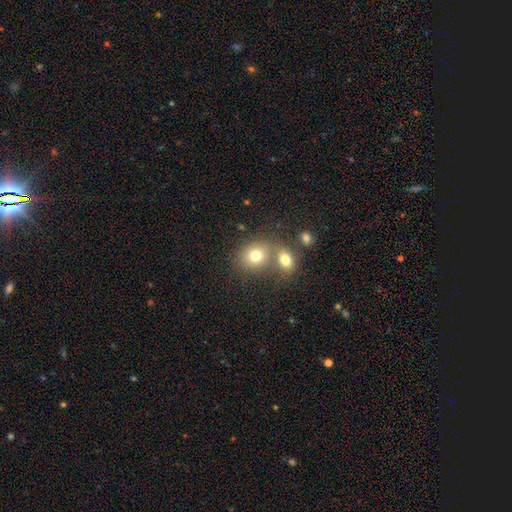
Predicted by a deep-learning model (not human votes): The model was most divided on "merging": none: 46%, merger: 42%, minor disturbance: 9%, major disturbance: 4%. More confident: smooth or featured — smooth (77%); how rounded — round (60%).